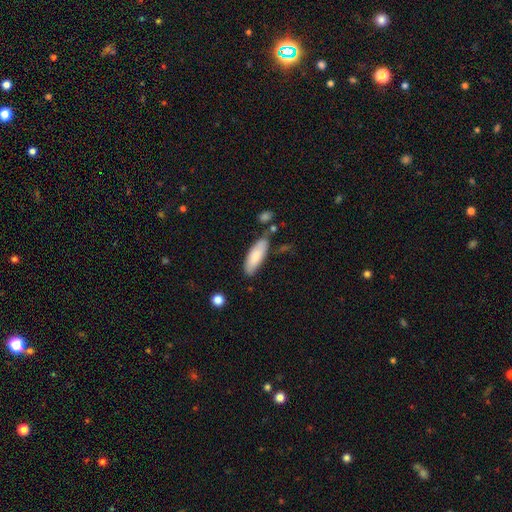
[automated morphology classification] Smooth or featured: smooth — 83% (featured or disk — 11%)
How rounded: in between — 63% (cigar-shaped — 36%)
Merging: none — 67% (minor disturbance — 21%)